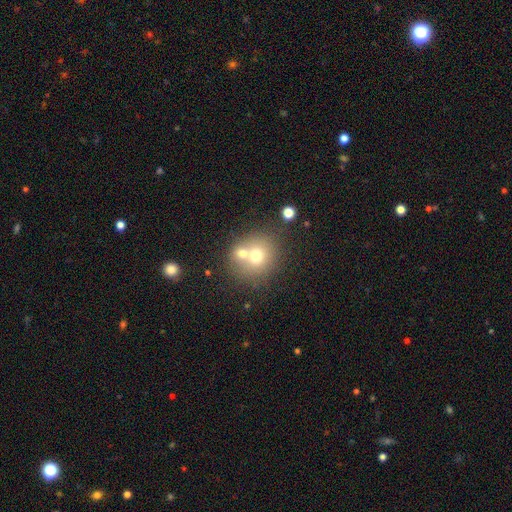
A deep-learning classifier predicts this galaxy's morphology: Smooth or featured? Predicted: smooth (p=0.67). How rounded? Predicted: round (p=0.79). Merging? Predicted: merger (p=0.49).